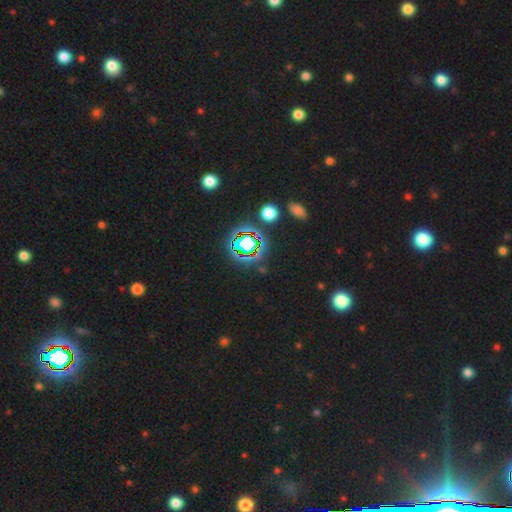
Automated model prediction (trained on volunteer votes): Overall: star or artifact (77%).